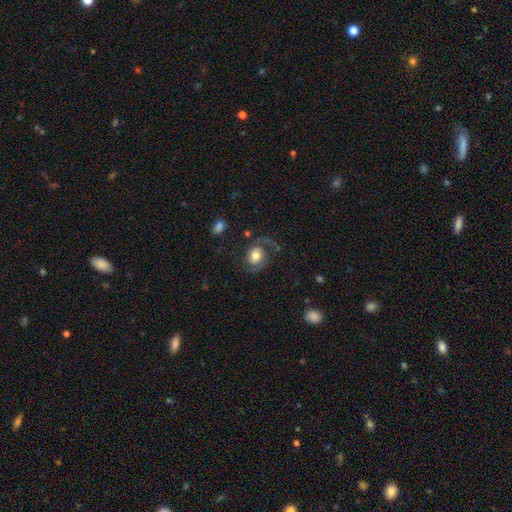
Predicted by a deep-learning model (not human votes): Smooth or featured? featured or disk (58%)
Edge-on disk? no (97%)
Bar? no (75%)
Spiral arms? yes (85%)
Bulge size? moderate (60%)
Merging? none (56%)